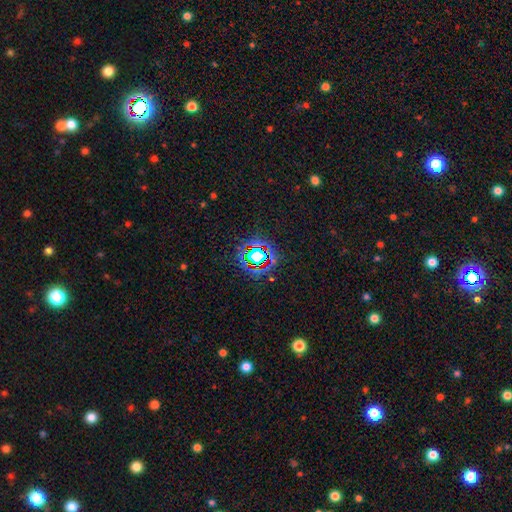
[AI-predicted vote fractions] Overall: star or artifact (68%).